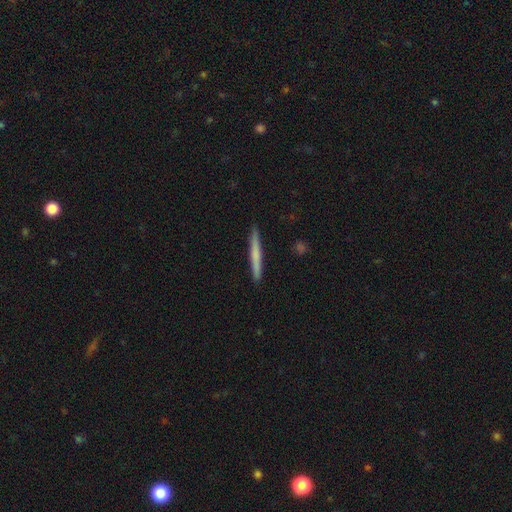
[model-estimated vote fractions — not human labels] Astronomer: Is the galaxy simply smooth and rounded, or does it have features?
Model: smooth — 62%.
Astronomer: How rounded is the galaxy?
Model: cigar-shaped — 97%.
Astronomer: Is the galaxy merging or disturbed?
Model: none — 92%.